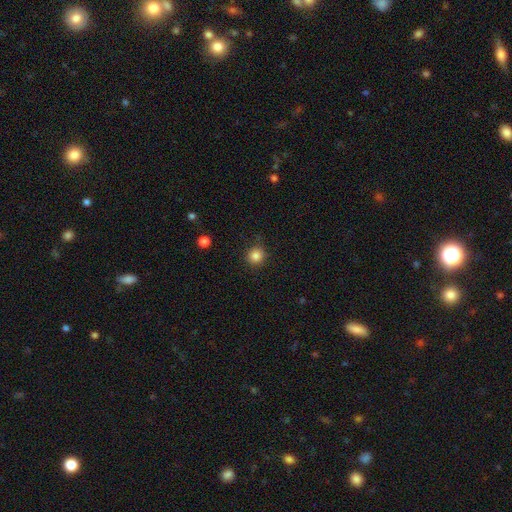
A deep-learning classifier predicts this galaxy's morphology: Smooth or featured? Predicted: smooth (p=0.84). How rounded? Predicted: round (p=0.92). Merging? Predicted: none (p=0.87).